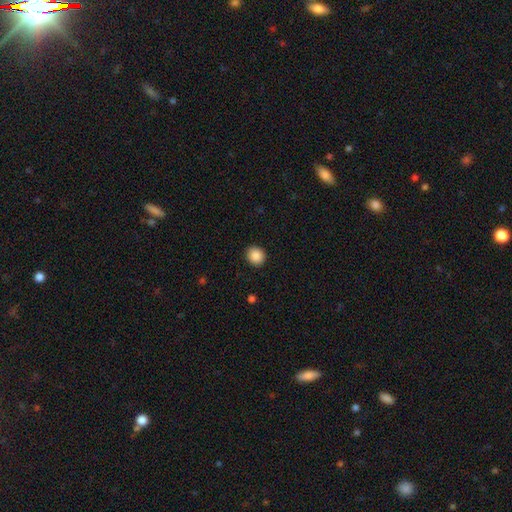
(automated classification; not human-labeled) A smooth galaxy with no disk features (88%) that is round (83%). Merging: none (91%).